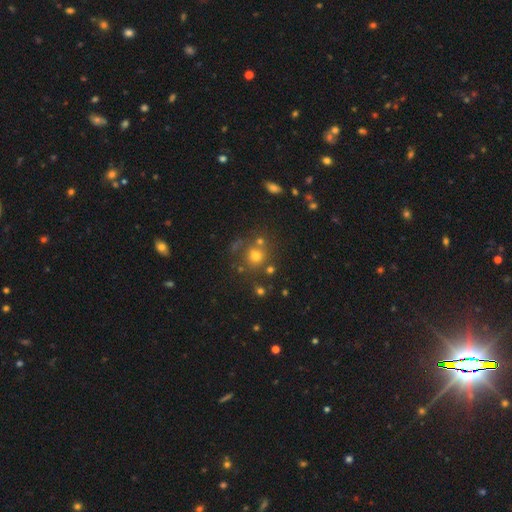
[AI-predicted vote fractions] This appears to be a smooth galaxy with no disk features (66%) that is round (87%). Merging: none (66%).